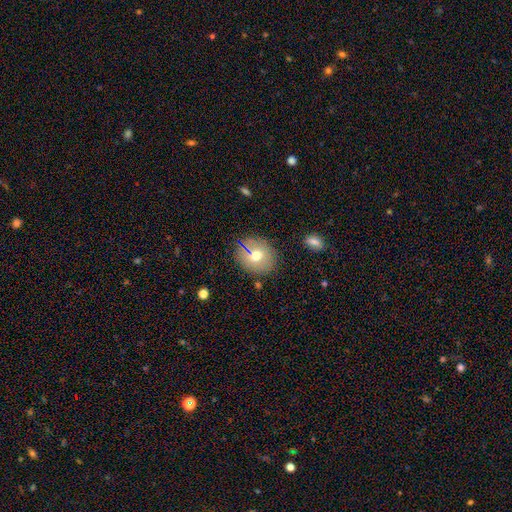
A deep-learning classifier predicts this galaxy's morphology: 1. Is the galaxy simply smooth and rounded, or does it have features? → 64% smooth, 22% featured or disk, 14% star or artifact.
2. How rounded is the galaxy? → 78% round, 21% in between, 1% cigar-shaped.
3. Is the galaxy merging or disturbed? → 79% none, 12% minor disturbance, 5% merger, 4% major disturbance.